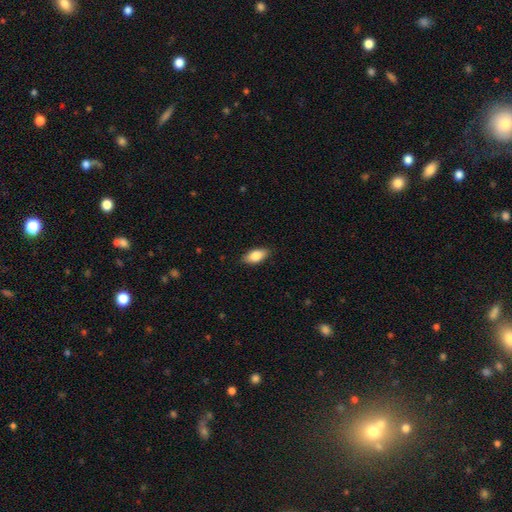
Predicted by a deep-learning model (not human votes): Morphology: type=smooth (82%); roundness=in between (89%); merging=none (87%).